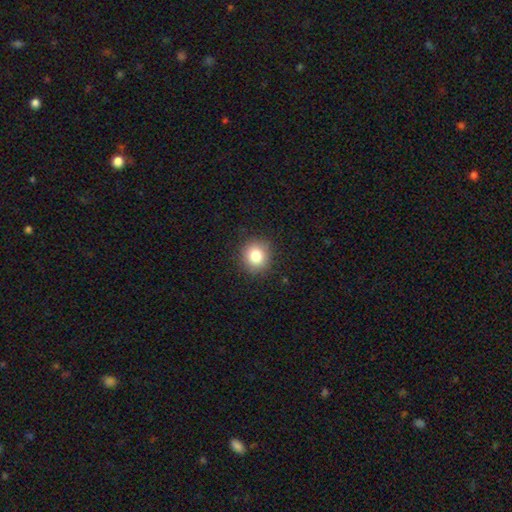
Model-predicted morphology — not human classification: smooth_or_featured: smooth (p=0.82) [alt: star or artifact p=0.11]
how_rounded: round (p=0.85) [alt: in between p=0.14]
merging: none (p=0.88) [alt: minor disturbance p=0.08]